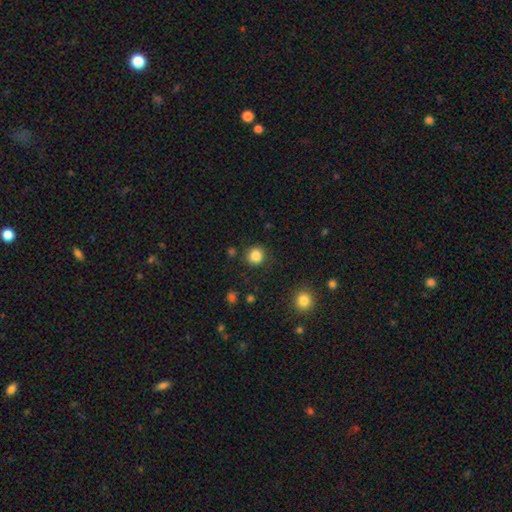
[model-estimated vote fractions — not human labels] smooth 85%, star or artifact 11%, featured or disk 4%. Down the decision tree: how rounded — round (88%); merging — none (85%).